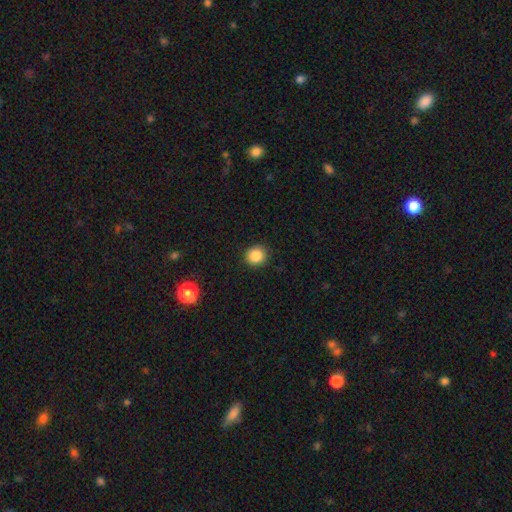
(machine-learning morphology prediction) Smooth or featured?
  - smooth: 86% *
  - star or artifact: 10%
  - featured or disk: 3%
How rounded?
  - round: 91% *
  - in between: 8%
  - cigar-shaped: 1%
Merging?
  - none: 91% *
  - minor disturbance: 6%
  - major disturbance: 2%
  - merger: 1%